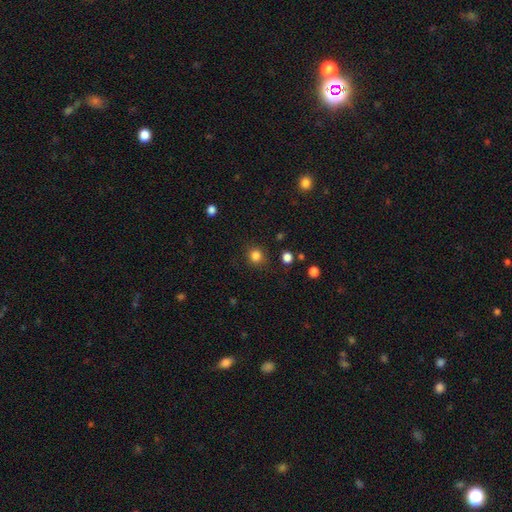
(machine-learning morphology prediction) Smooth or featured: smooth — 84% (star or artifact — 12%)
How rounded: round — 90% (in between — 9%)
Merging: none — 86% (minor disturbance — 9%)